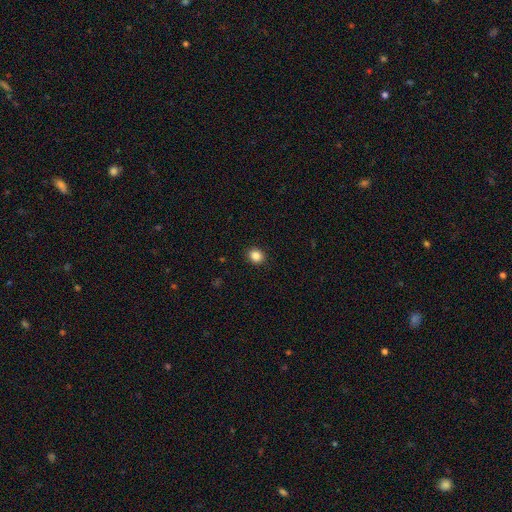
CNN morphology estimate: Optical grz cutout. It shows a smooth galaxy with no disk features (85%) that is round (79%). Merging: none (91%).